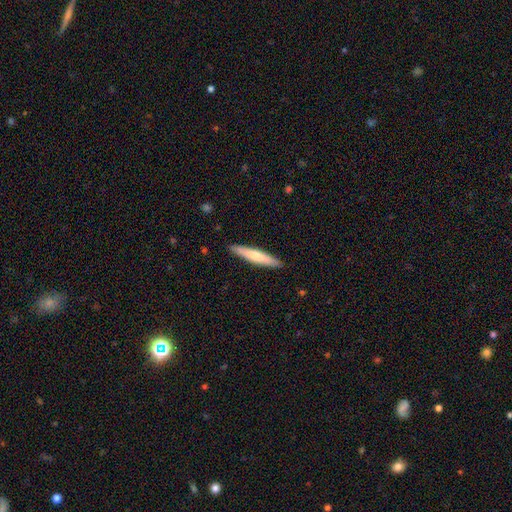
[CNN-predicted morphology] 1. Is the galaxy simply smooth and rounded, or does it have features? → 61% smooth, 34% featured or disk, 5% star or artifact.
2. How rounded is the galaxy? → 91% cigar-shaped, 8% in between, 1% round.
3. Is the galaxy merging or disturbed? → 91% none, 7% minor disturbance, 1% major disturbance, 1% merger.